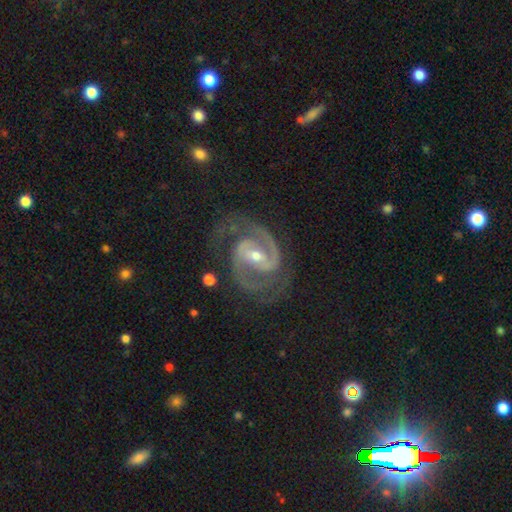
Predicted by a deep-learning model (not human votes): smooth-or-featured: featured or disk: 93% | star or artifact: 5% | smooth: 3%
  disk-edge-on: no: 98% | yes: 2%
    bar: strong: 42% | weak: 39% | no: 19%
    has-spiral-arms: yes: 98% | no: 2%
      spiral-winding: medium: 54% | tight: 38% | loose: 8%
      spiral-arm-count: 2: 91% | 3: 3% | can't tell: 2% | 1: 1% | 4: 1% | more than 4: 1%
    bulge-size: small: 50% | moderate: 46% | large: 2% | none: 1% | dominant: 1%
  merging: none: 74% | minor disturbance: 16% | major disturbance: 8% | merger: 2%